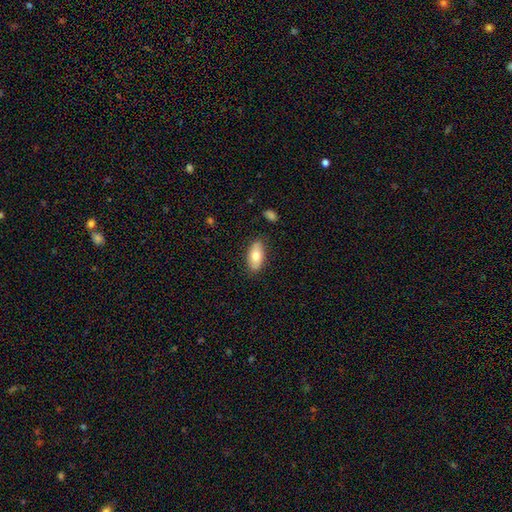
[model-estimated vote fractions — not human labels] Smooth or featured?
  - smooth: 76% *
  - featured or disk: 18%
  - star or artifact: 6%
How rounded?
  - in between: 90% *
  - cigar-shaped: 7%
  - round: 3%
Merging?
  - none: 84% *
  - minor disturbance: 12%
  - major disturbance: 2%
  - merger: 2%